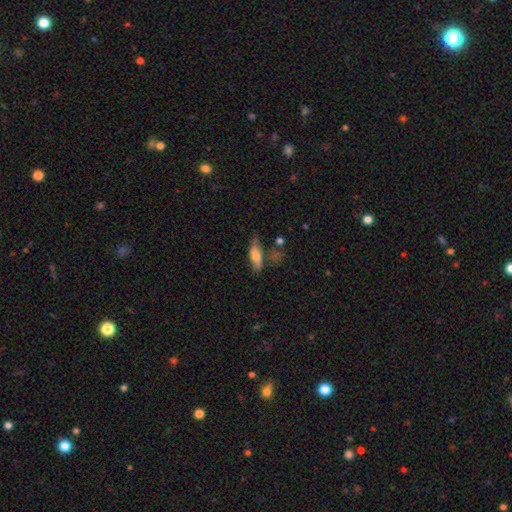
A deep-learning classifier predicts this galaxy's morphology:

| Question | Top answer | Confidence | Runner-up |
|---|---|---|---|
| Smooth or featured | smooth | 64% | featured or disk (29%) |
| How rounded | in between | 52% | cigar-shaped (45%) |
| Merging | none | 52% | minor disturbance (26%) |